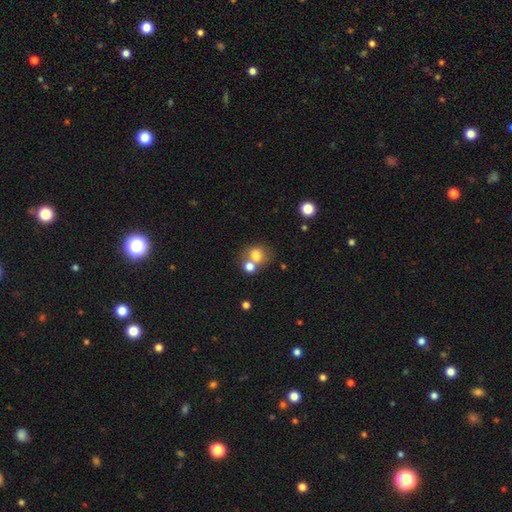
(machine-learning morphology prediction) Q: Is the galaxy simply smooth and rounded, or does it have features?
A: smooth — 75%.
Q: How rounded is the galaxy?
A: round — 70%.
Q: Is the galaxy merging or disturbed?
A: merger — 45%.